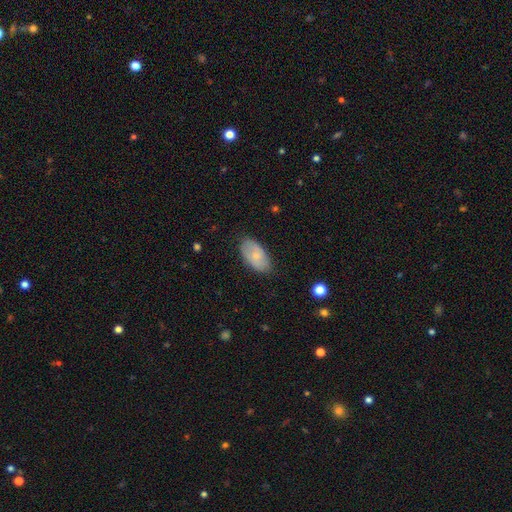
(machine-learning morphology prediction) smooth 67%, featured or disk 27%, star or artifact 7%. Down the decision tree: how rounded — in between (94%); merging — none (78%).